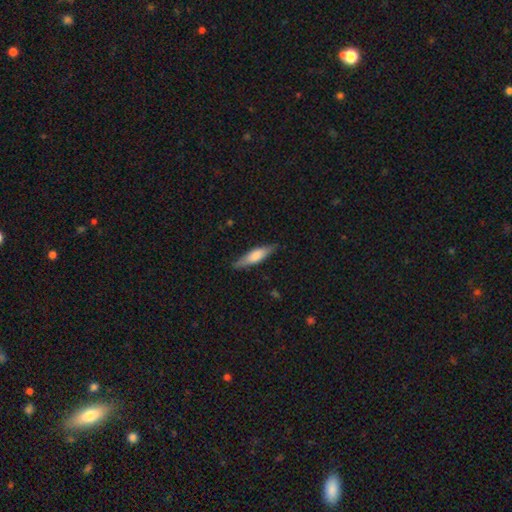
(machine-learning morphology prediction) This is possibly a smooth galaxy (60%). How rounded: likely cigar-shaped (72%). Merging: clearly none (85%).